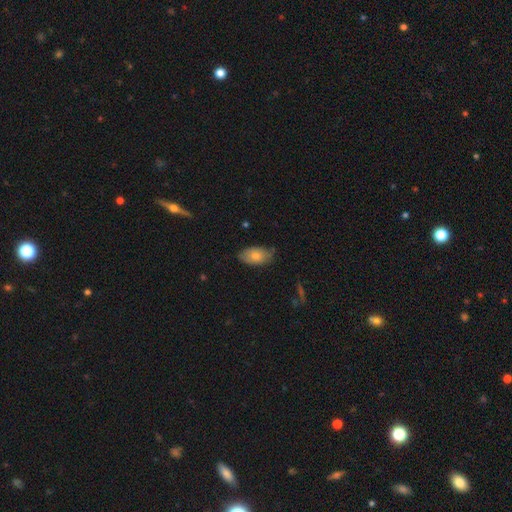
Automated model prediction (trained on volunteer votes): The model was most divided on "merging": none: 71%, minor disturbance: 24%, major disturbance: 4%, merger: 1%. More confident: how rounded — in between (92%); smooth or featured — smooth (71%).